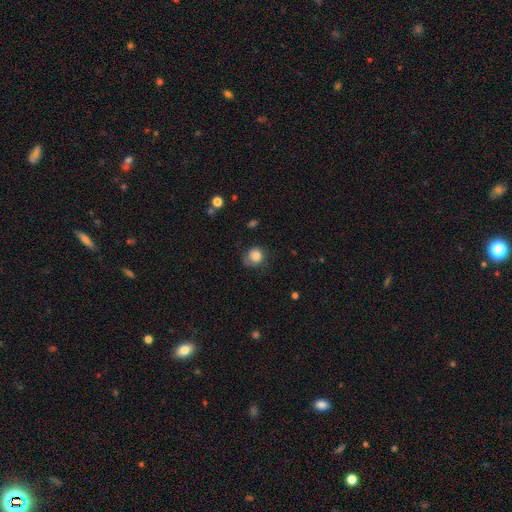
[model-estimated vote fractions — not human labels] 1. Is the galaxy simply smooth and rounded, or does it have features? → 82% smooth, 9% star or artifact, 9% featured or disk.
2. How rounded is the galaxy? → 78% round, 21% in between, 1% cigar-shaped.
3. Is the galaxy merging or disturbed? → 57% none, 28% minor disturbance, 12% major disturbance, 2% merger.